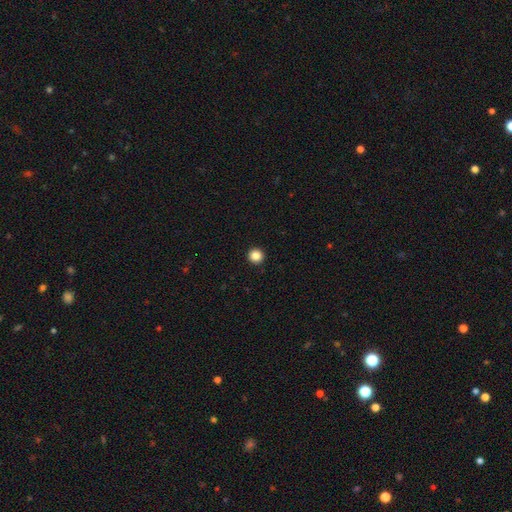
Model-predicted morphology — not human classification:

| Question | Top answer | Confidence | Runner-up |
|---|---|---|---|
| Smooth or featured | smooth | 86% | star or artifact (11%) |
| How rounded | round | 95% | in between (4%) |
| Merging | none | 94% | minor disturbance (3%) |